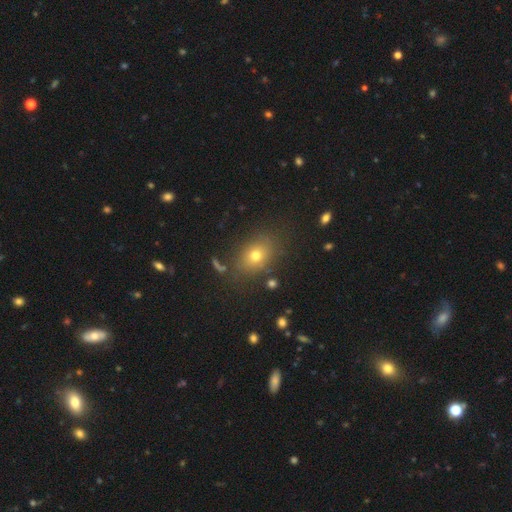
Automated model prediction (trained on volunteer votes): smooth-or-featured: smooth: 71% | star or artifact: 16% | featured or disk: 13%
  how-rounded: in between: 63% | round: 35% | cigar-shaped: 2%
  merging: none: 81% | minor disturbance: 12% | major disturbance: 4% | merger: 3%